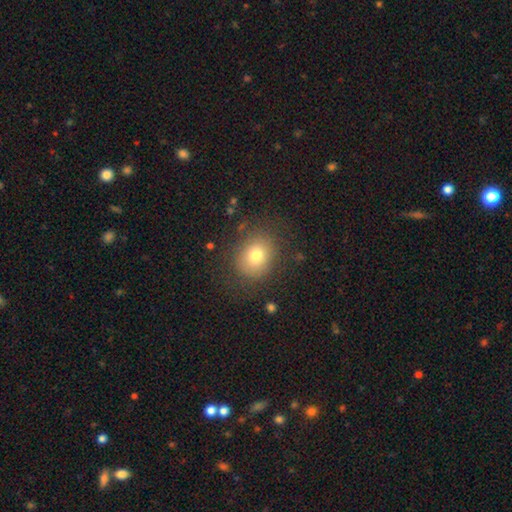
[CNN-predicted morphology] A smooth galaxy with no disk features (76%) that is round (64%). Merging: none (81%).